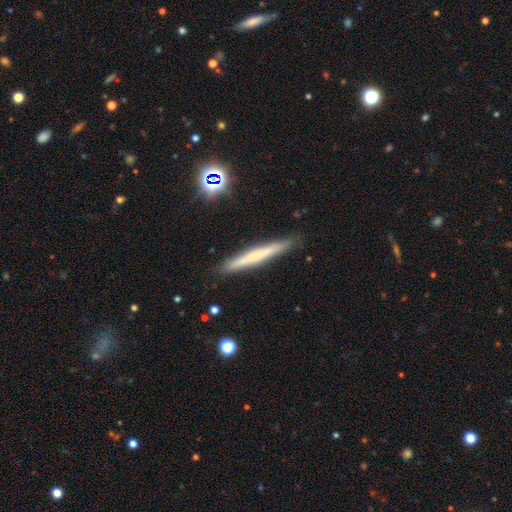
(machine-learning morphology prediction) type=smooth (54%); roundness=cigar-shaped (96%); merging=none (89%).